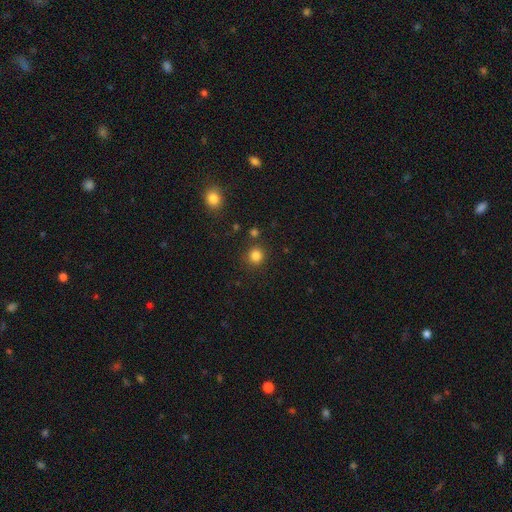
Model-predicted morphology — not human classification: smooth_or_featured: smooth (p=0.83) [alt: star or artifact p=0.13]
how_rounded: round (p=0.90) [alt: in between p=0.10]
merging: none (p=0.85) [alt: minor disturbance p=0.08]